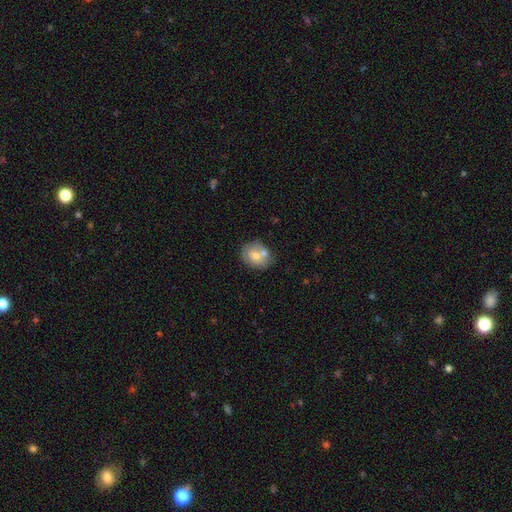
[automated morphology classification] Smooth or featured: smooth — 68% (featured or disk — 24%)
How rounded: round — 63% (in between — 36%)
Merging: none — 54% (merger — 27%)